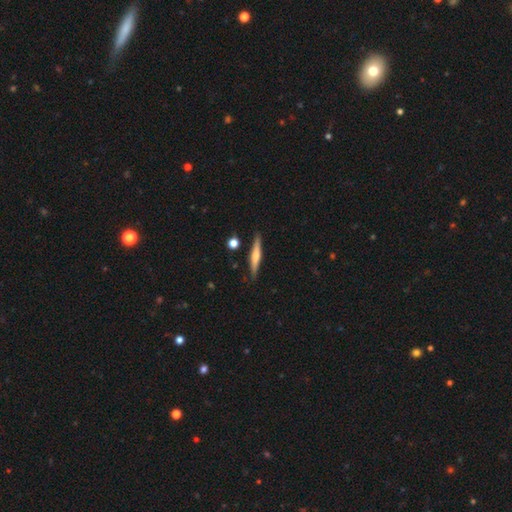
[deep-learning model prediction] Morphology: type=featured or disk (52%); edge-on=yes (96%); edge-on bulge=rounded (72%); merging=none (87%).